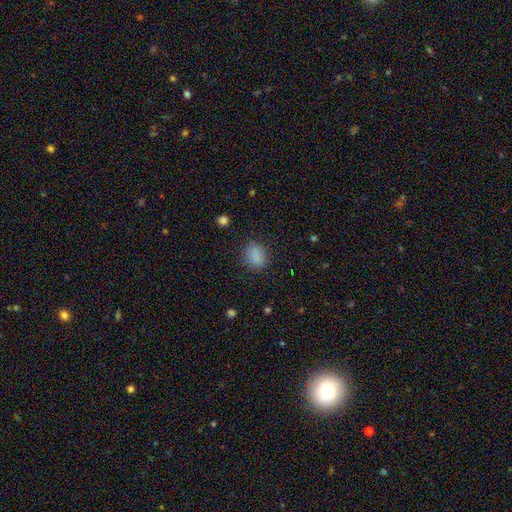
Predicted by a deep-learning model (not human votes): Overall: smooth (85%). How rounded: in between (57%; round 42%). Merging: none (82%).